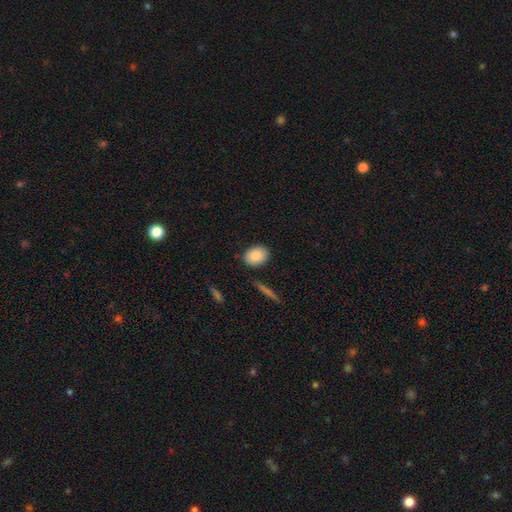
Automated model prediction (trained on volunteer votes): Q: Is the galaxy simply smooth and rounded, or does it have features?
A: smooth — 86%.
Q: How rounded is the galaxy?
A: in between — 67%.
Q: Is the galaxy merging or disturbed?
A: none — 85%.